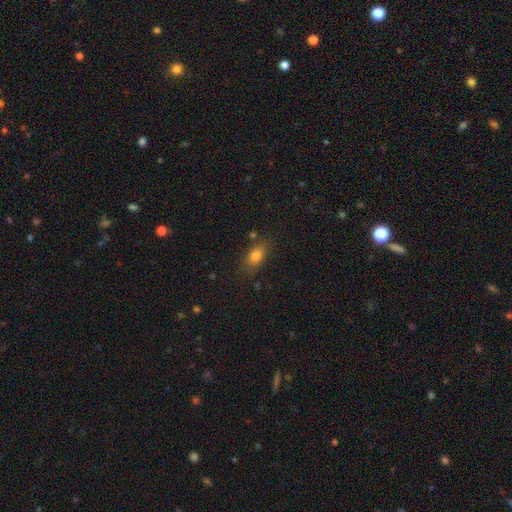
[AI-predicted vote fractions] smooth_or_featured: smooth (p=0.80) [alt: star or artifact p=0.10]
how_rounded: in between (p=0.80) [alt: round p=0.13]
merging: none (p=0.75) [alt: minor disturbance p=0.16]